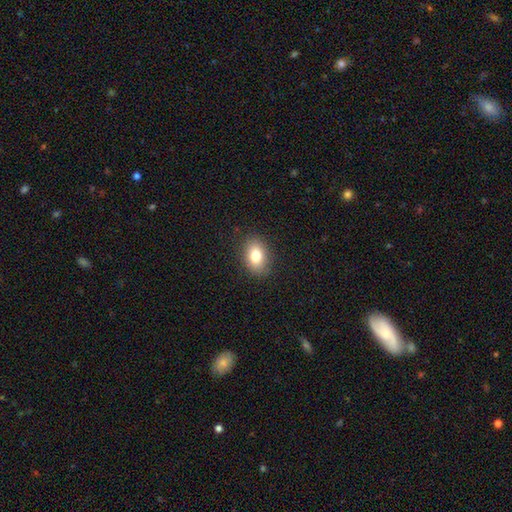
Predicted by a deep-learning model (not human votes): A smooth galaxy with no disk features (81%) that is in between round and cigar-shaped (80%). Merging: none (87%).